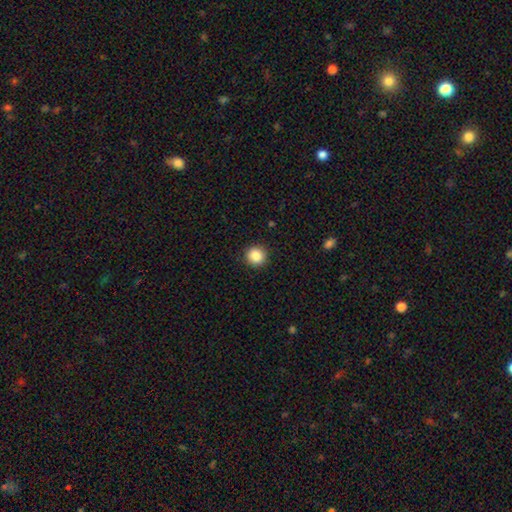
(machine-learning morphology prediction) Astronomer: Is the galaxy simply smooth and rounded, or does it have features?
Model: smooth — 87%.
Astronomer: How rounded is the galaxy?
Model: round — 92%.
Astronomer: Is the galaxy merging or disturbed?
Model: none — 91%.